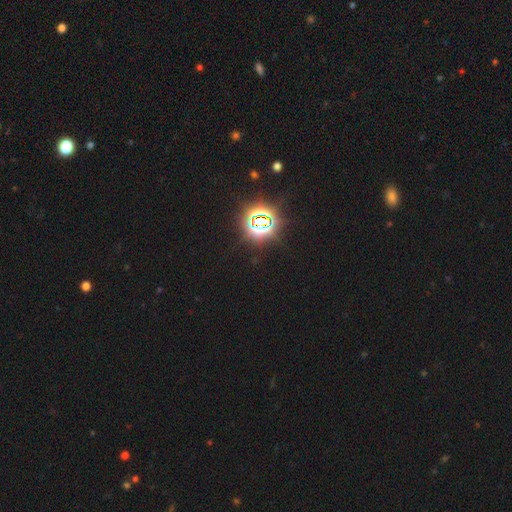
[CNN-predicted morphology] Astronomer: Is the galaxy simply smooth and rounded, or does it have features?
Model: star or artifact — 82%.